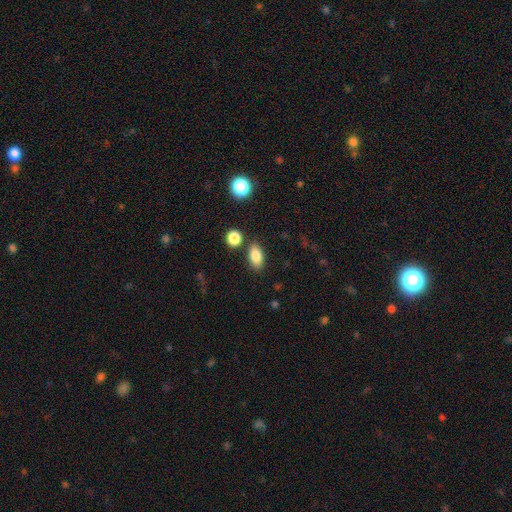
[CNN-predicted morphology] smooth 84%, star or artifact 9%, featured or disk 7%. Down the decision tree: how rounded — in between (87%); merging — none (82%).